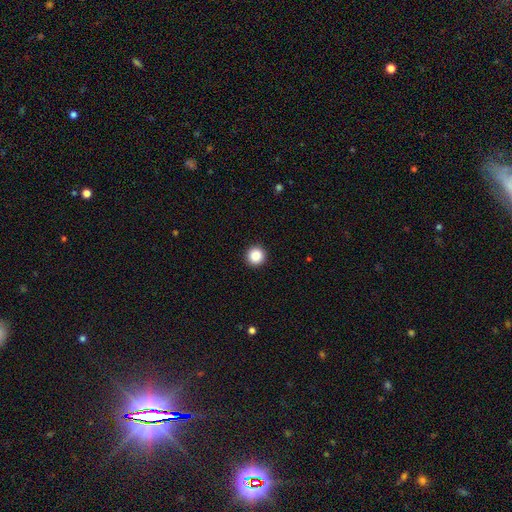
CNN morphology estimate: type=smooth (87%); roundness=round (96%); merging=none (94%).